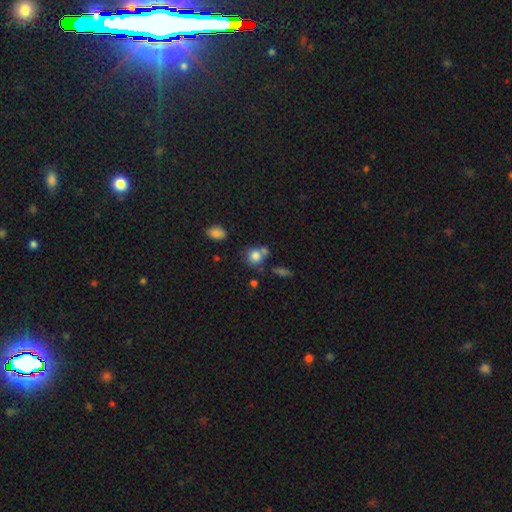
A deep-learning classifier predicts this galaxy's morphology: The model was most divided on "merging": none: 53%, merger: 27%, minor disturbance: 14%, major disturbance: 5%. More confident: smooth or featured — smooth (80%); how rounded — round (78%).